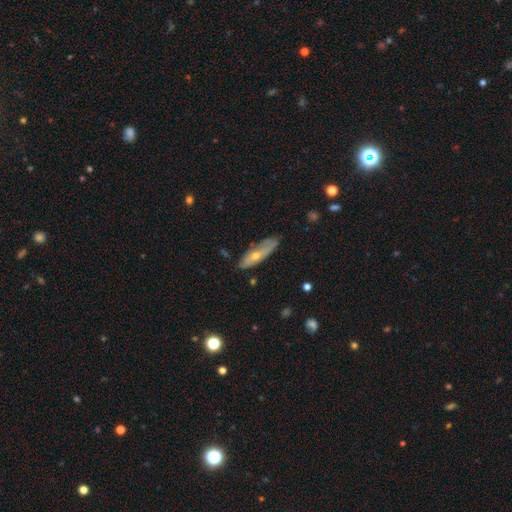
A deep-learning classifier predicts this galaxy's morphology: smooth_or_featured: featured or disk (p=0.50) [alt: smooth p=0.42]
disk_edge_on: no (p=0.52) [alt: yes p=0.48]
merging: none (p=0.71) [alt: minor disturbance p=0.22]